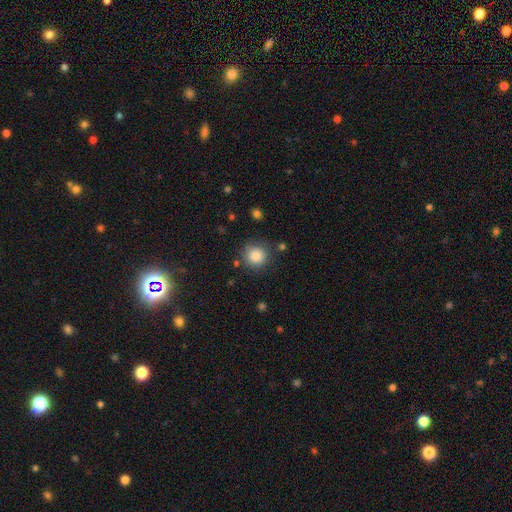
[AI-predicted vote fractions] This appears to be a smooth galaxy with no disk features (85%) that is round (92%). Merging: none (82%).